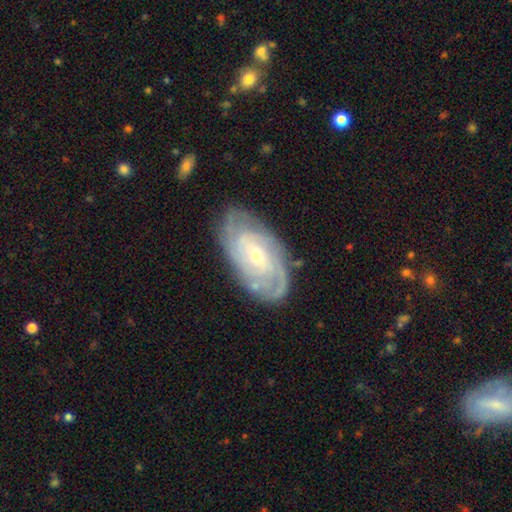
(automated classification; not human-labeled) smooth-or-featured: featured or disk: 84% | smooth: 11% | star or artifact: 5%
  disk-edge-on: no: 95% | yes: 5%
    bar: no: 57% | weak: 34% | strong: 9%
    has-spiral-arms: yes: 95% | no: 5%
      spiral-winding: tight: 67% | medium: 26% | loose: 6%
      spiral-arm-count: can't tell: 35% | 2: 21% | 3: 20% | 4: 14% | more than 4: 5% | 1: 5%
    bulge-size: small: 64% | moderate: 33% | large: 1% | none: 1% | dominant: 1%
  merging: none: 77% | minor disturbance: 17% | major disturbance: 5% | merger: 2%